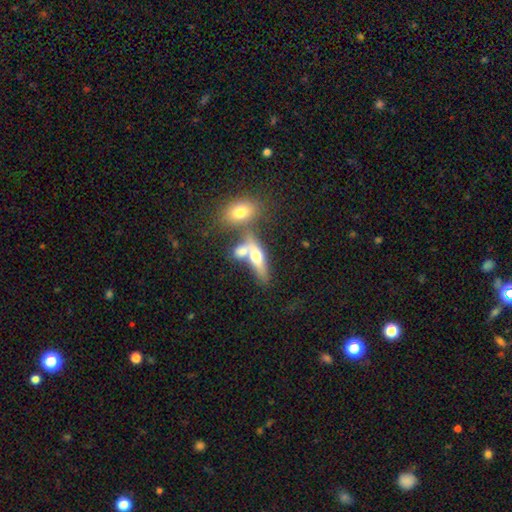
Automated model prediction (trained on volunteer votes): This appears to be a smooth galaxy with no disk features (53%) that is in between round and cigar-shaped (54%). Merging: merger (49%).